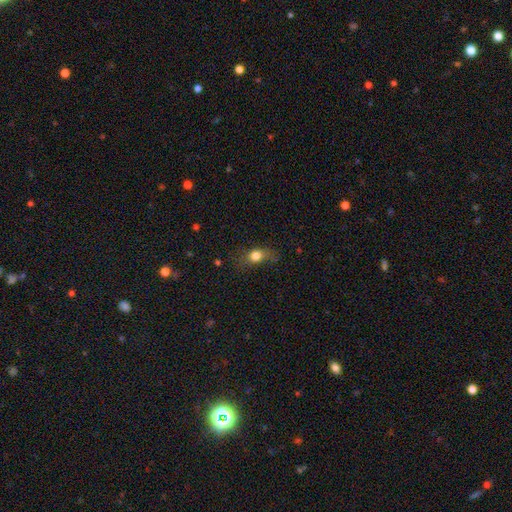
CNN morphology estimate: type=smooth (76%); roundness=in between (57%); merging=none (55%).